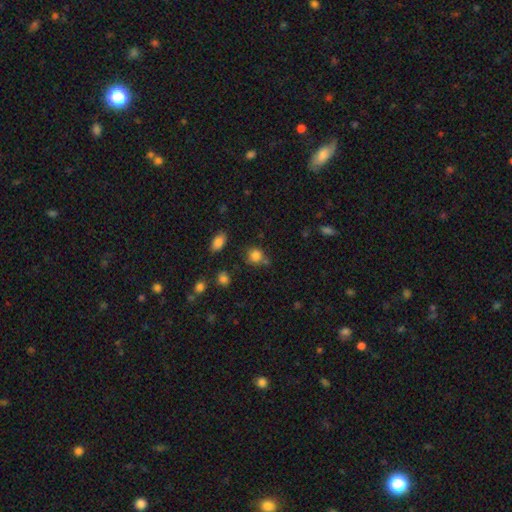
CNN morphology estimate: This is clearly a smooth galaxy (82%). How rounded: likely round (79%). Merging: likely none (62%).